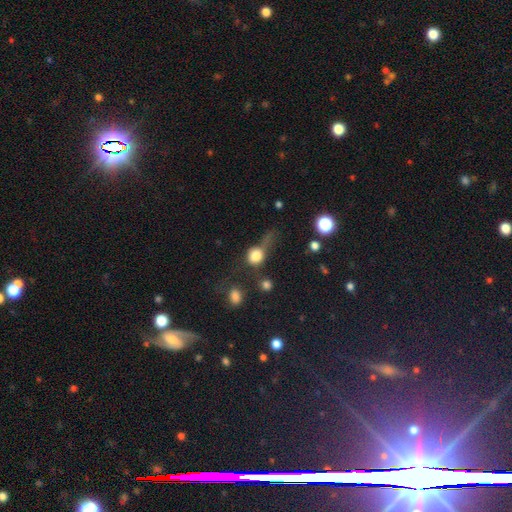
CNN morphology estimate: This appears to be a smooth galaxy with no disk features (75%) that is round (75%). Merging: none (33%).